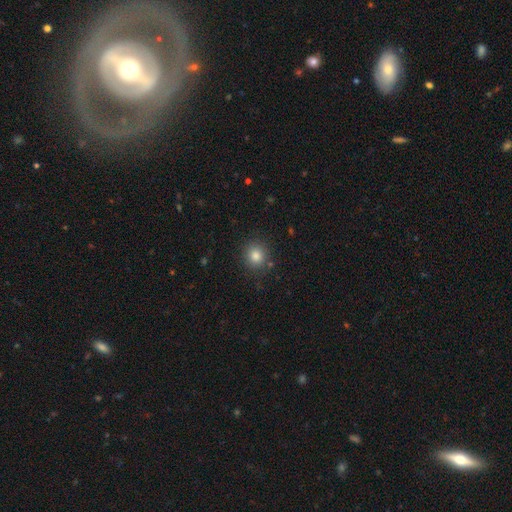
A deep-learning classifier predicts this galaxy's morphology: This is clearly a smooth galaxy (82%). How rounded: clearly round (88%). Merging: clearly none (88%).